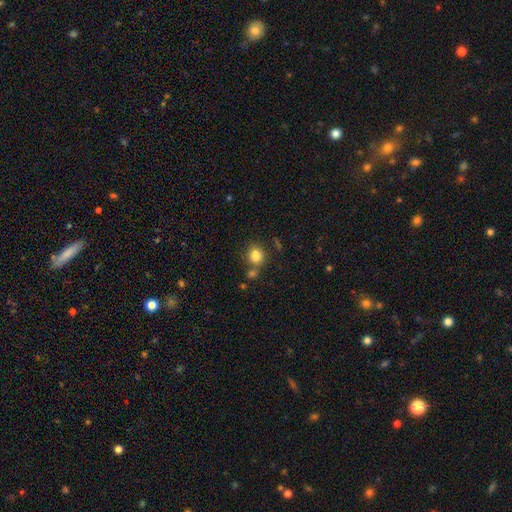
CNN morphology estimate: This is clearly a smooth galaxy (83%). How rounded: clearly round (81%). Merging: likely none (70%).